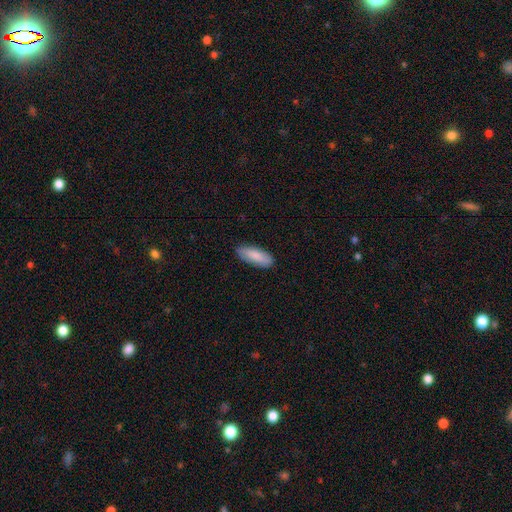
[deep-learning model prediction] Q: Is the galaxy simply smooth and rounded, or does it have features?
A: smooth — 86%.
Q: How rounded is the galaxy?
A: in between — 71%.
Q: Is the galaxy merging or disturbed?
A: none — 86%.